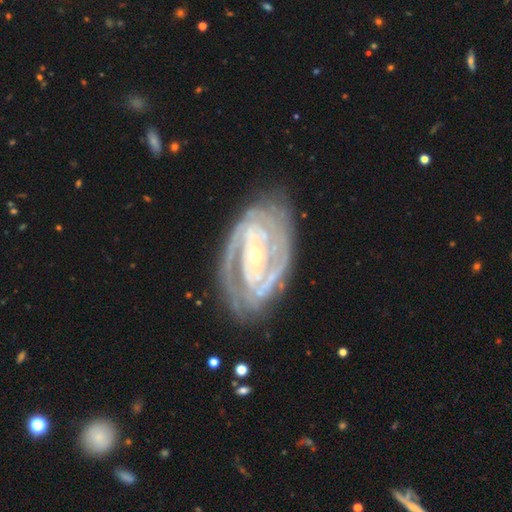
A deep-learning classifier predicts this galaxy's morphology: This is clearly a featured or disk galaxy (90%). It is clearly not viewed edge-on (95%). Bar: marginally no (41%). Spiral arm pattern: clearly yes (96%). Spiral arm count: marginally 2 (44%). Spiral winding: likely tight (72%). Central bulge: likely small (60%). Merging: likely none (75%).